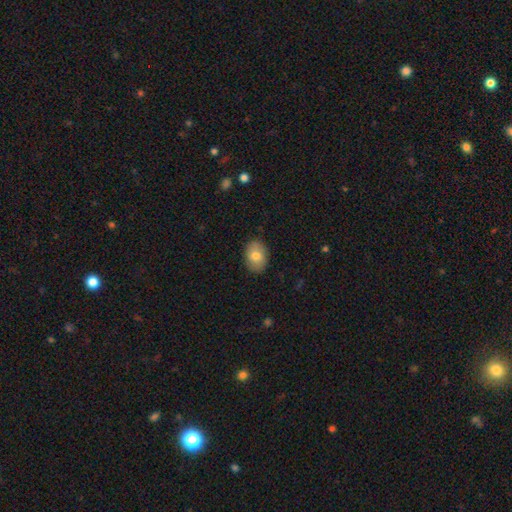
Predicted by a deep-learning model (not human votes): Smooth or featured? Predicted: smooth (p=0.79). How rounded? Predicted: in between (p=0.80). Merging? Predicted: none (p=0.87).